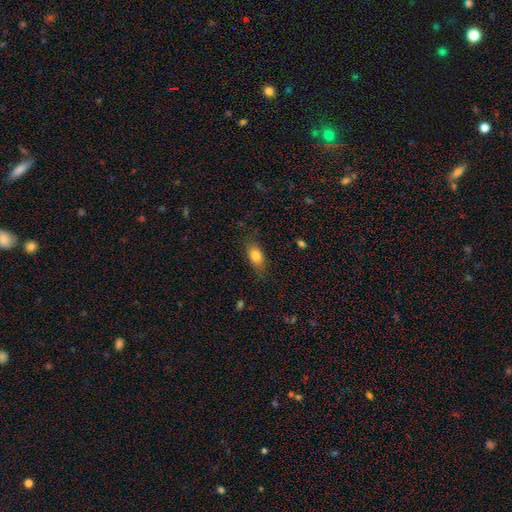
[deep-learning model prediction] Smooth or featured? Predicted: smooth (p=0.81). How rounded? Predicted: in between (p=0.83). Merging? Predicted: none (p=0.78).